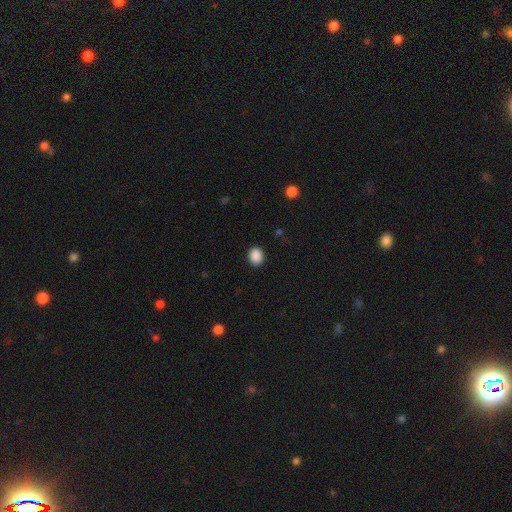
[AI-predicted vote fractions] Smooth or featured? smooth (89%)
How rounded? round (52%)
Merging? none (89%)